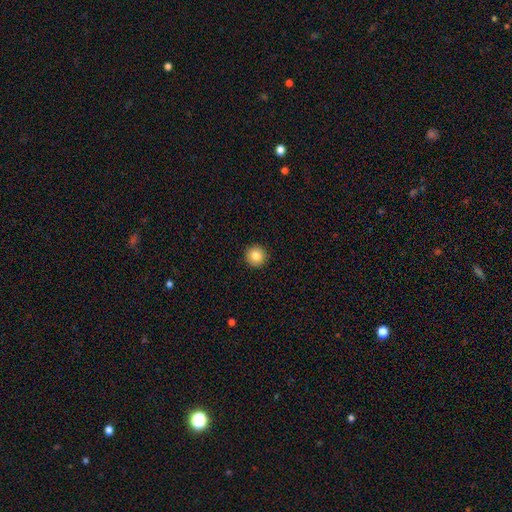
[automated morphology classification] Smooth or featured? Predicted: smooth (p=0.84). How rounded? Predicted: round (p=0.96). Merging? Predicted: none (p=0.94).